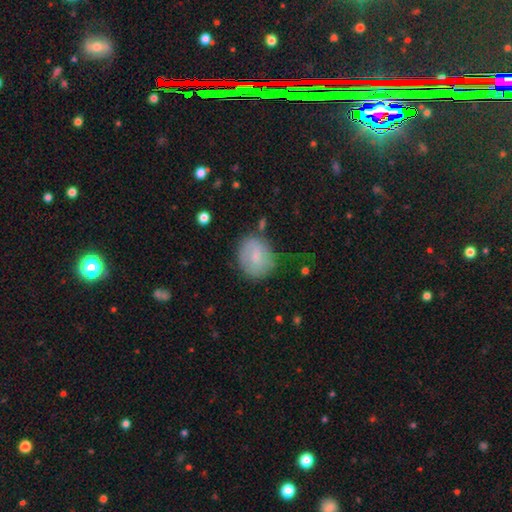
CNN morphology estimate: Overall: smooth (69%). How rounded: round (61%; in between 38%). Merging: none (69%).